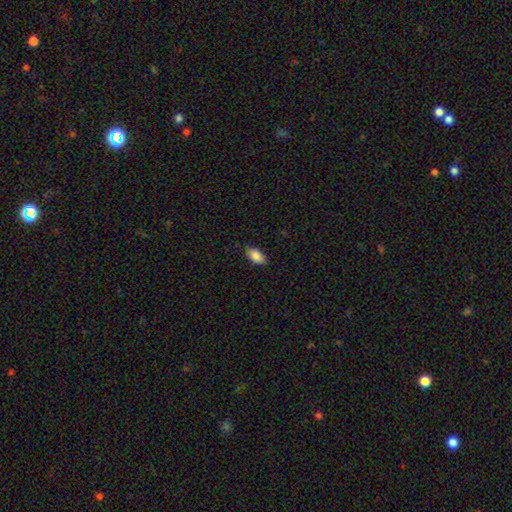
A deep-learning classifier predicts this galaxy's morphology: A smooth galaxy with no disk features (87%) that is in between round and cigar-shaped (94%). Merging: none (87%).